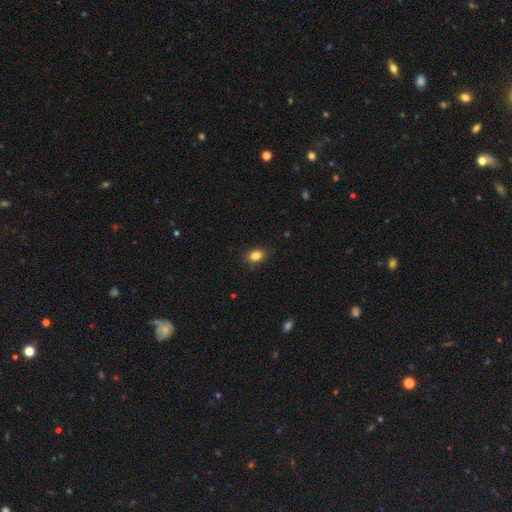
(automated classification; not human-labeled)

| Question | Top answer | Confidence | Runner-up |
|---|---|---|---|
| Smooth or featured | smooth | 86% | star or artifact (9%) |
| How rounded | in between | 72% | round (27%) |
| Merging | none | 87% | minor disturbance (10%) |